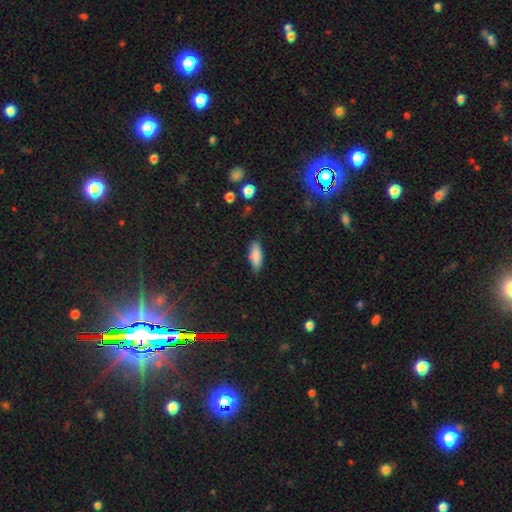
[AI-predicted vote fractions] Smooth or featured? Predicted: smooth (p=0.86). How rounded? Predicted: in between (p=0.71). Merging? Predicted: none (p=0.82).